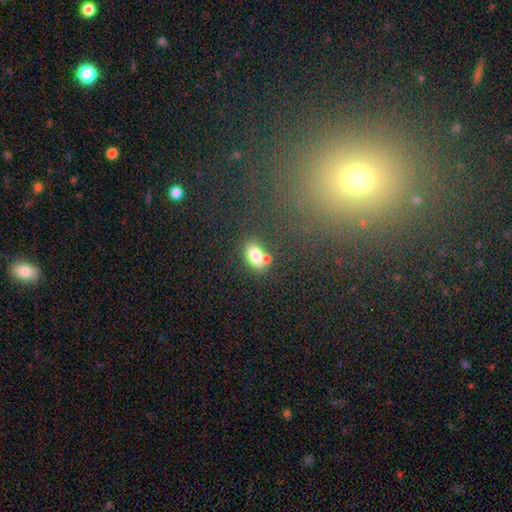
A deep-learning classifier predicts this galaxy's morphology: smooth 77%, featured or disk 12%, star or artifact 11%. Down the decision tree: how rounded — in between (78%); merging — none (54%).